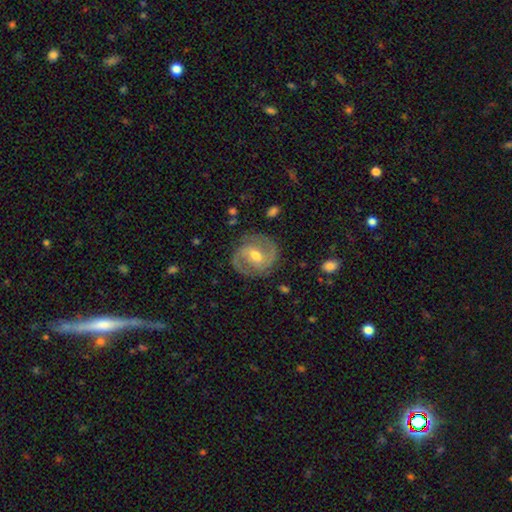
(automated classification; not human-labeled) smooth_or_featured: featured or disk (p=0.82) [alt: smooth p=0.13]
disk_edge_on: no (p=0.97) [alt: yes p=0.03]
bar: weak (p=0.52) [alt: strong p=0.25]
has_spiral_arms: yes (p=0.91) [alt: no p=0.09]
spiral_winding: medium (p=0.53) [alt: tight p=0.30]
spiral_arm_count: 2 (p=0.90) [alt: can't tell p=0.05]
bulge_size: moderate (p=0.70) [alt: small p=0.24]
merging: none (p=0.82) [alt: minor disturbance p=0.12]